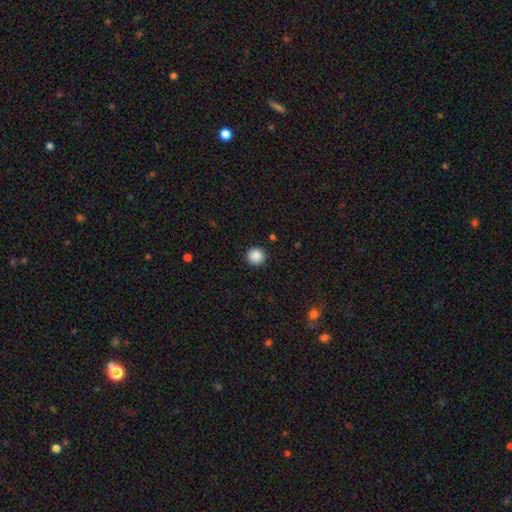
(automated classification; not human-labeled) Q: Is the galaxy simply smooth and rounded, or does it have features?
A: smooth — 88%.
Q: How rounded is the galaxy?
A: round — 95%.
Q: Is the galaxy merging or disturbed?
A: none — 92%.